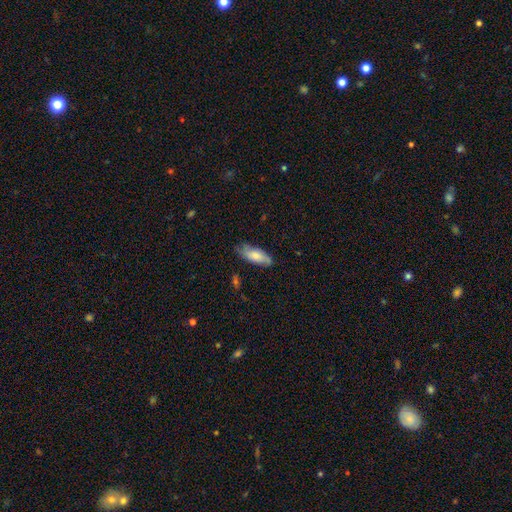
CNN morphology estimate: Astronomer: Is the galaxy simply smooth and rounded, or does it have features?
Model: smooth — 69%.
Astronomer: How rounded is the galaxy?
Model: in between — 73%.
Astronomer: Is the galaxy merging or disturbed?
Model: none — 71%.